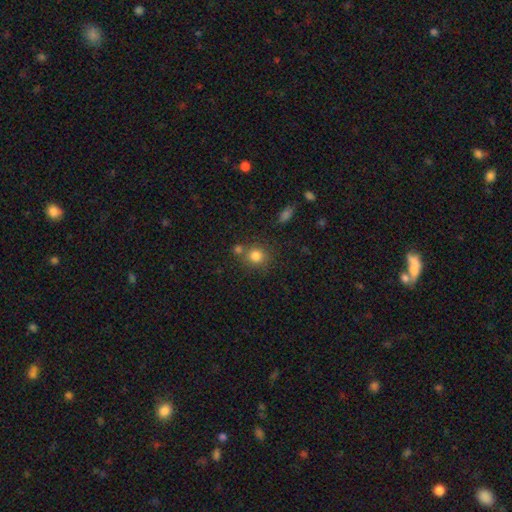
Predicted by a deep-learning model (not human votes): Smooth or featured? Predicted: smooth (p=0.81). How rounded? Predicted: round (p=0.87). Merging? Predicted: none (p=0.67).